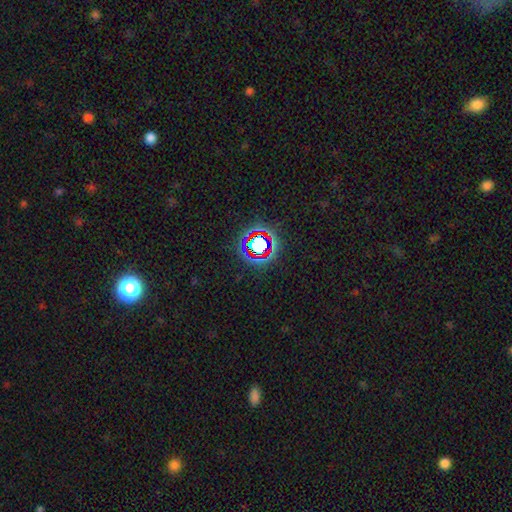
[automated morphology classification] Smooth or featured? Predicted: star or artifact (p=0.77).